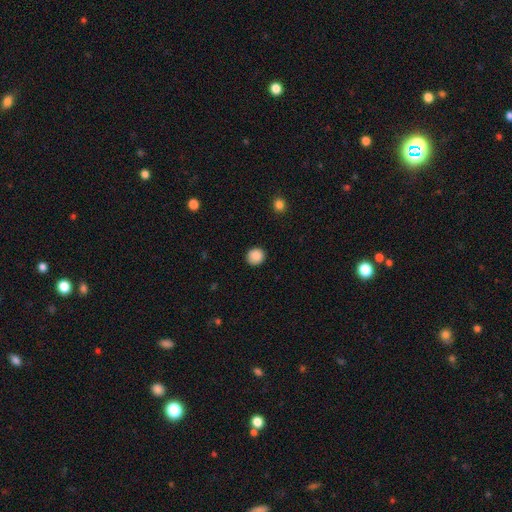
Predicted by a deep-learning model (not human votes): Overall: smooth (88%). How rounded: round (87%). Merging: none (89%).